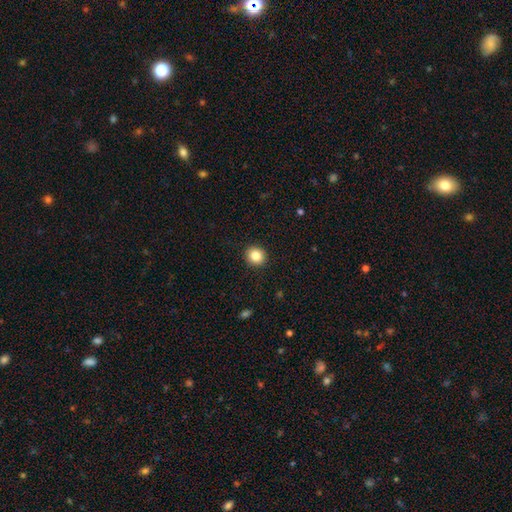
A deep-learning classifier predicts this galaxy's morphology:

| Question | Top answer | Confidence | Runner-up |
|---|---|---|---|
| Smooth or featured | smooth | 85% | star or artifact (10%) |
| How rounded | round | 88% | in between (11%) |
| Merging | none | 92% | minor disturbance (5%) |